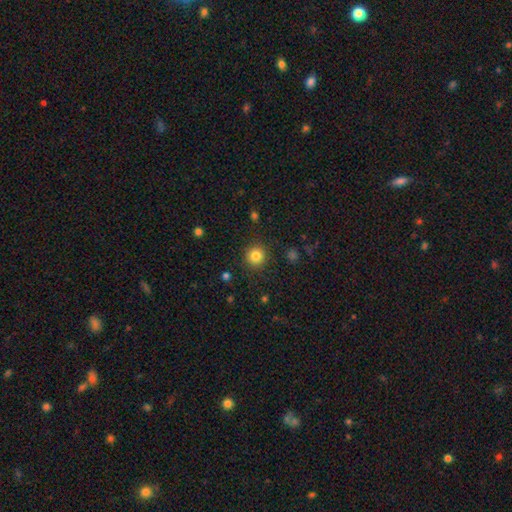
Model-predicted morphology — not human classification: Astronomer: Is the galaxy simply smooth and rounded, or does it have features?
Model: smooth — 83%.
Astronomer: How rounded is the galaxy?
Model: round — 94%.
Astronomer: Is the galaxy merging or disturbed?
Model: none — 90%.